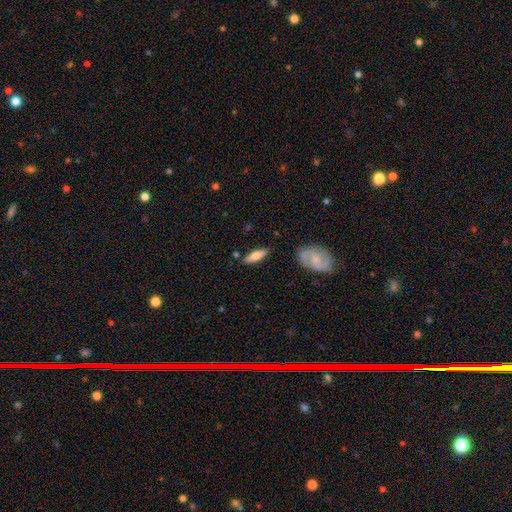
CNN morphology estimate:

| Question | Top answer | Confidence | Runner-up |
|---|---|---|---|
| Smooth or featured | smooth | 58% | featured or disk (36%) |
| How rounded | cigar-shaped | 53% | in between (45%) |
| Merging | none | 84% | minor disturbance (11%) |